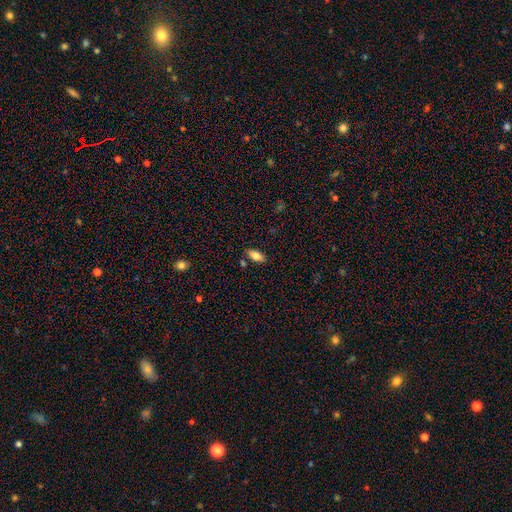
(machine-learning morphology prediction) A smooth galaxy with no disk features (81%) that is in between round and cigar-shaped (89%). Merging: none (82%).